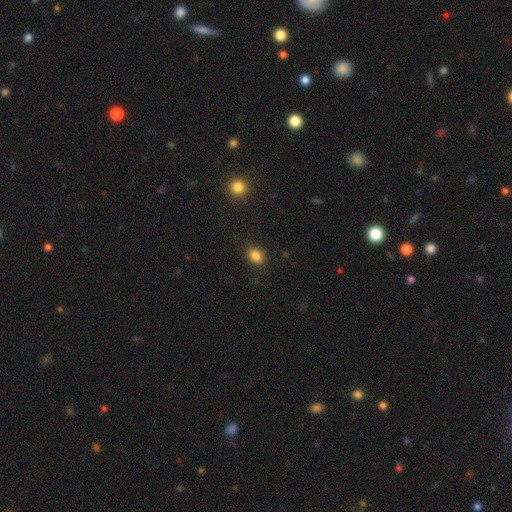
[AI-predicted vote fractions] Smooth or featured: smooth — 84% (star or artifact — 11%)
How rounded: in between — 60% (round — 39%)
Merging: none — 86% (minor disturbance — 10%)